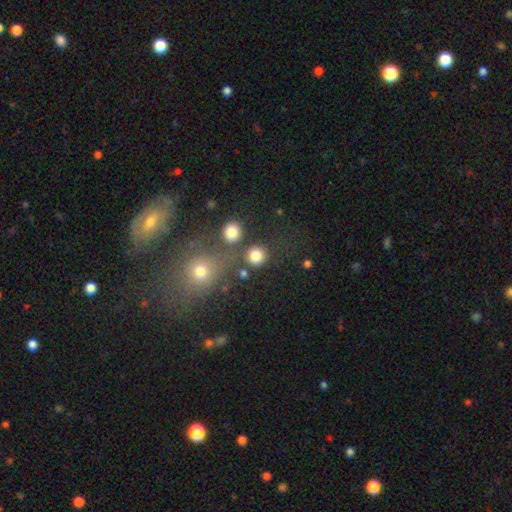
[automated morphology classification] Smooth or featured? smooth (81%)
How rounded? round (89%)
Merging? none (73%)